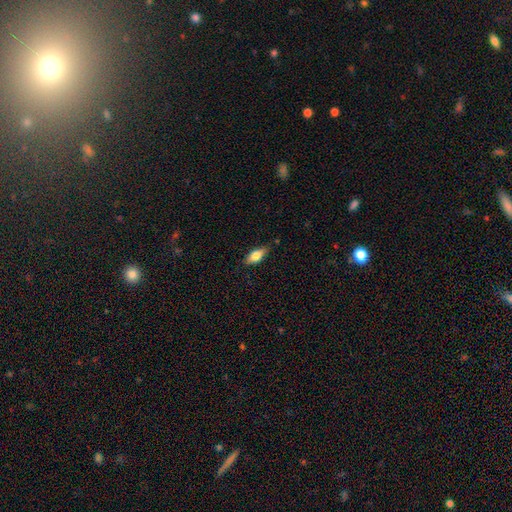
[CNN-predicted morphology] type=smooth (74%); roundness=in between (79%); merging=none (80%).